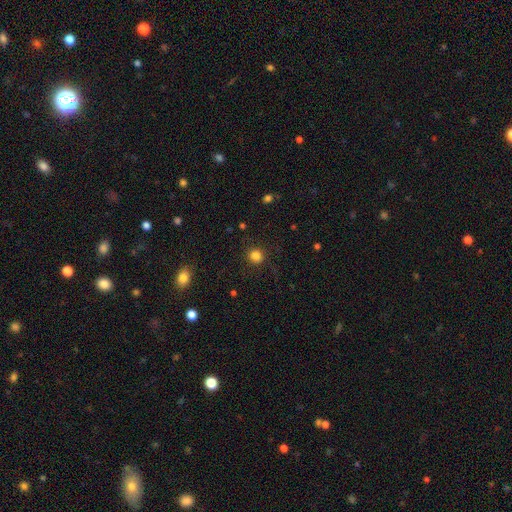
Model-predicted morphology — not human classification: This is clearly a smooth galaxy (84%). How rounded: clearly round (90%). Merging: clearly none (89%).